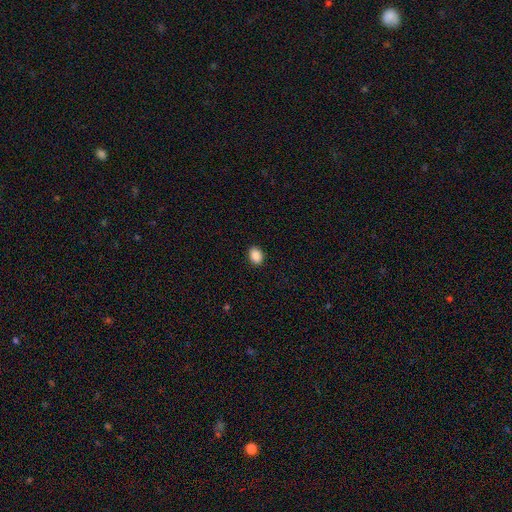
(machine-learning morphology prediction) A smooth galaxy with no disk features (89%) that is in between round and cigar-shaped (69%). Merging: none (90%).